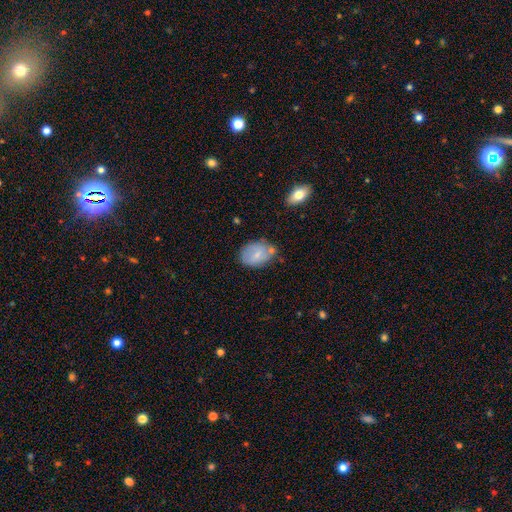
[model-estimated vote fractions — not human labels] Smooth or featured? Predicted: smooth (p=0.71). How rounded? Predicted: in between (p=0.79). Merging? Predicted: none (p=0.58).